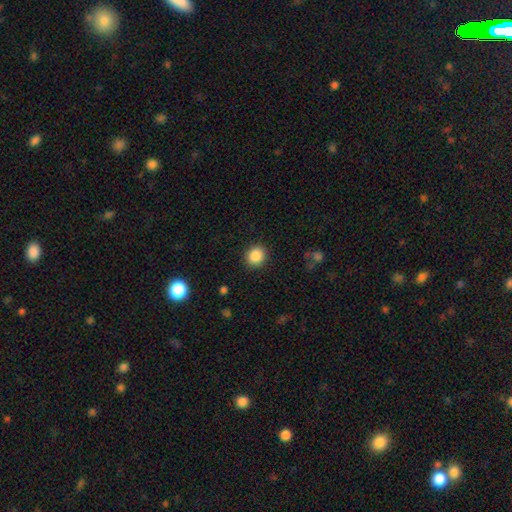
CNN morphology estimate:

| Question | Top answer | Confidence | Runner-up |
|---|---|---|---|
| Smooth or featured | smooth | 87% | star or artifact (9%) |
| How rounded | round | 80% | in between (19%) |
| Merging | none | 90% | minor disturbance (7%) |